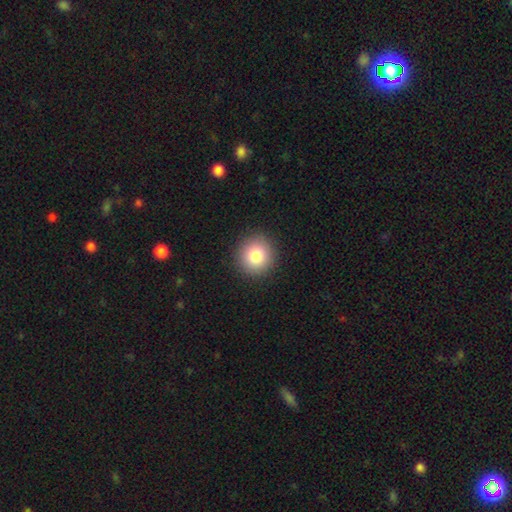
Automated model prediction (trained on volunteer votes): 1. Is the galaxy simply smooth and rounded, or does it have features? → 83% smooth, 10% star or artifact, 7% featured or disk.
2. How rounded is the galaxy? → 93% round, 6% in between, 1% cigar-shaped.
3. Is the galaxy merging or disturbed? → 92% none, 5% minor disturbance, 2% major disturbance, 1% merger.